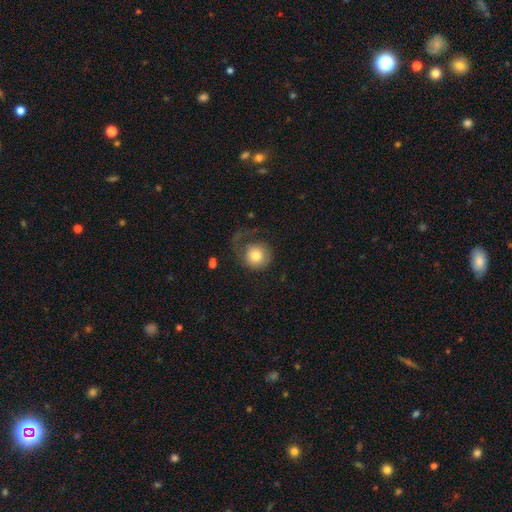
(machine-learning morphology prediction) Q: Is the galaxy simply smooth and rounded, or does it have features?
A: smooth — 74%.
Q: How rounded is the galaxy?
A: round — 90%.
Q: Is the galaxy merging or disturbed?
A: none — 40%.